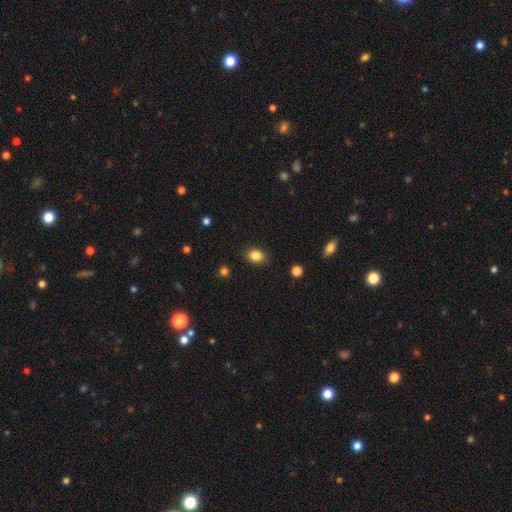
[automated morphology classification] Overall: smooth (85%). How rounded: in between (58%; round 41%). Merging: none (86%).